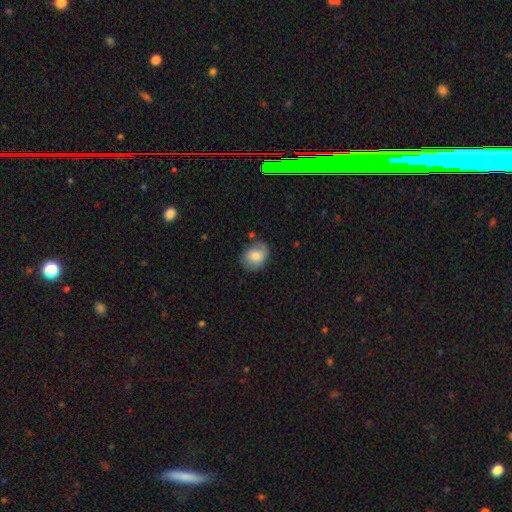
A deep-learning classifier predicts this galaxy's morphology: A smooth galaxy with no disk features (75%) that is in between round and cigar-shaped (52%).

Vote fractions:
- Smooth or featured? smooth: 75% / featured or disk: 17% / star or artifact: 7%
- How rounded? in between: 52% / round: 47% / cigar-shaped: 1%
- Merging? none: 69% / minor disturbance: 23% / major disturbance: 6% / merger: 3%